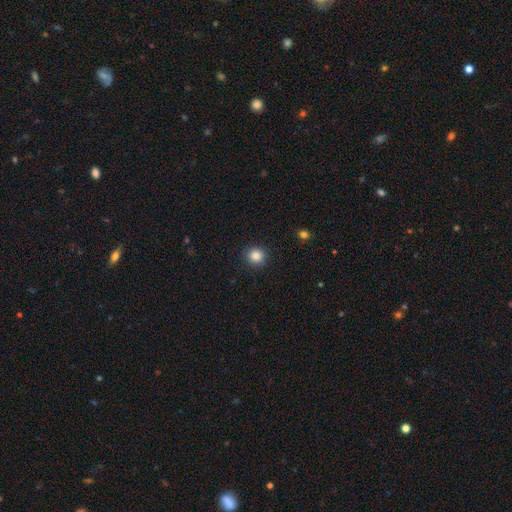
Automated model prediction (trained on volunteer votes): A smooth galaxy with no disk features (86%) that is round (89%). Merging: none (90%).